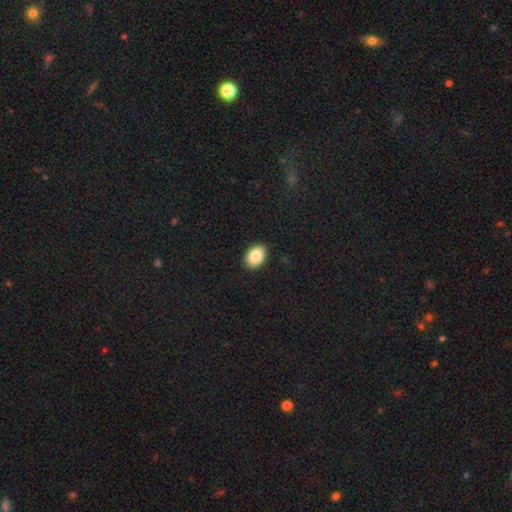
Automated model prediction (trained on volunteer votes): Q: Smooth or featured?
A: smooth (86%); runner-up: star or artifact (7%)
Q: How rounded?
A: in between (82%); runner-up: round (17%)
Q: Merging?
A: none (90%); runner-up: minor disturbance (7%)